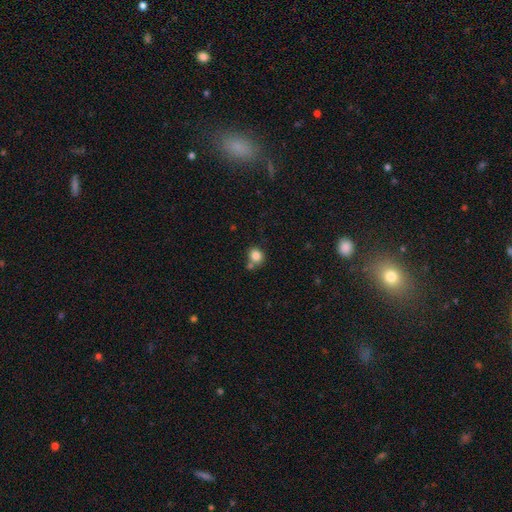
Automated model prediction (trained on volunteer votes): Smooth or featured? Predicted: smooth (p=0.83). How rounded? Predicted: round (p=0.78). Merging? Predicted: none (p=0.62).